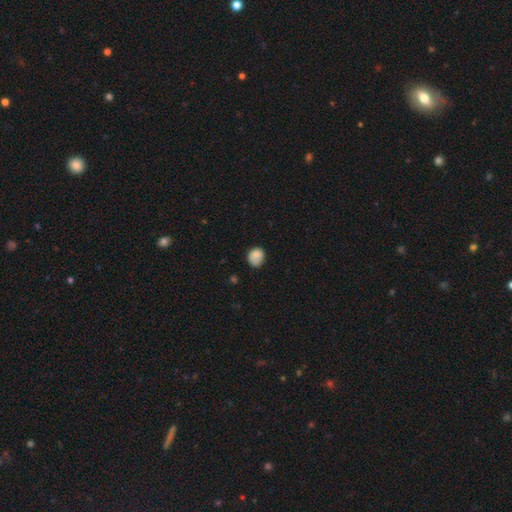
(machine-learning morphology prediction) Overall: smooth (84%). How rounded: round (67%; in between 32%). Merging: none (68%).